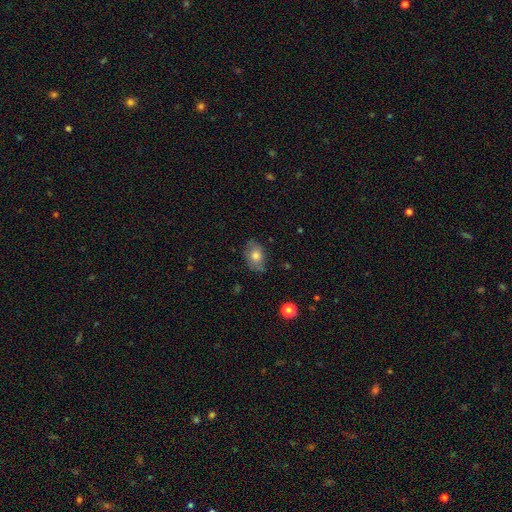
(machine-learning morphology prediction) This is likely a smooth galaxy (68%). How rounded: clearly in between (81%). Merging: likely none (67%).